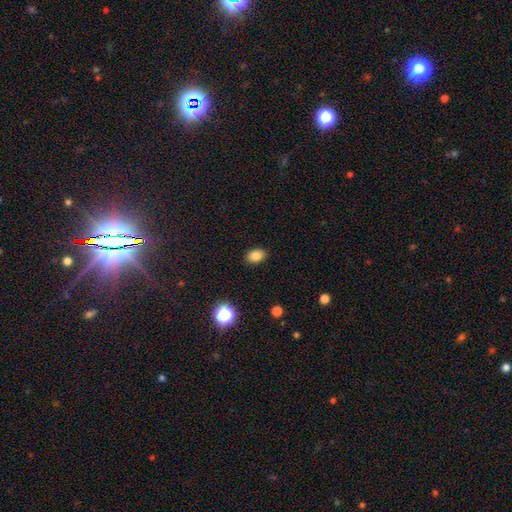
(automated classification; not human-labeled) Smooth or featured: smooth — 83% (star or artifact — 11%)
How rounded: in between — 79% (round — 19%)
Merging: none — 88% (minor disturbance — 8%)